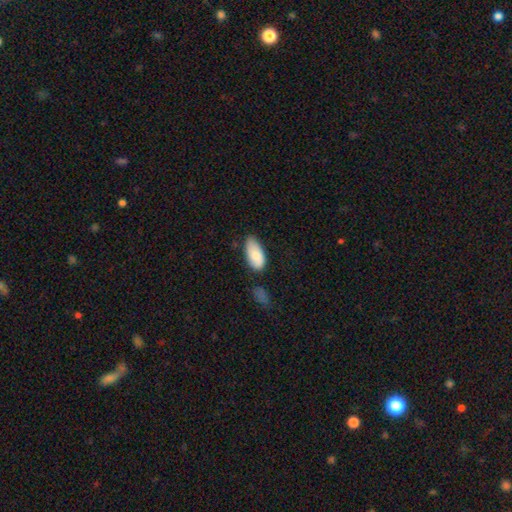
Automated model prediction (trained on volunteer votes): Overall: smooth (81%). How rounded: in between (93%). Merging: none (65%).